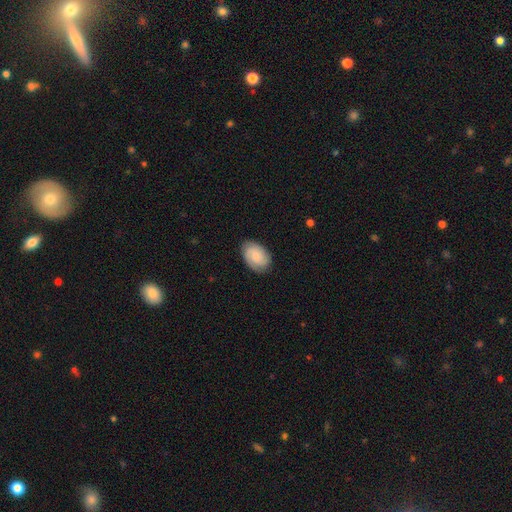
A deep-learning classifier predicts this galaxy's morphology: smooth 64%, featured or disk 29%, star or artifact 7%. Down the decision tree: how rounded — in between (88%); merging — none (82%).